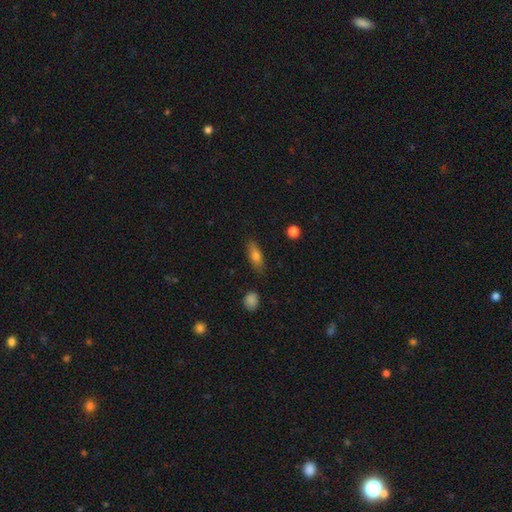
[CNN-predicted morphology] A smooth galaxy with no disk features (73%) that is in between round and cigar-shaped (64%).

Vote fractions:
- Smooth or featured? smooth: 73% / featured or disk: 19% / star or artifact: 8%
- How rounded? in between: 64% / cigar-shaped: 33% / round: 4%
- Merging? none: 82% / minor disturbance: 13% / major disturbance: 3% / merger: 2%